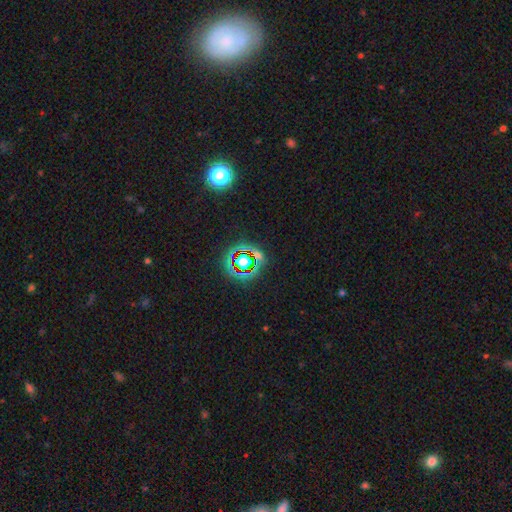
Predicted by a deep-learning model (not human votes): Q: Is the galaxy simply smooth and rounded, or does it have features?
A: star or artifact — 72%.